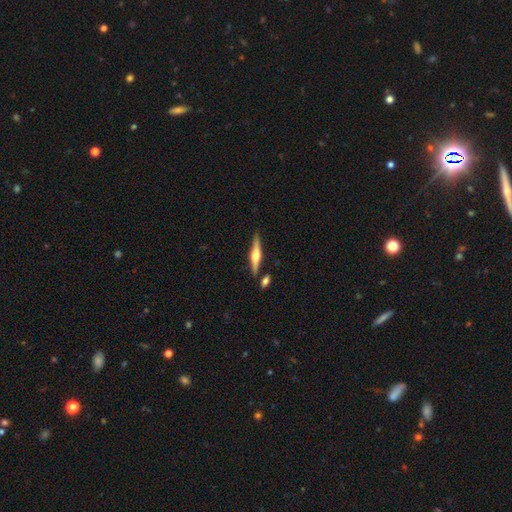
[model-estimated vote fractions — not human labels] featured or disk 69%, smooth 25%, star or artifact 6%. Down the decision tree: edge-on disk — yes (97%); edge-on bulge — rounded (91%); merging — none (81%).